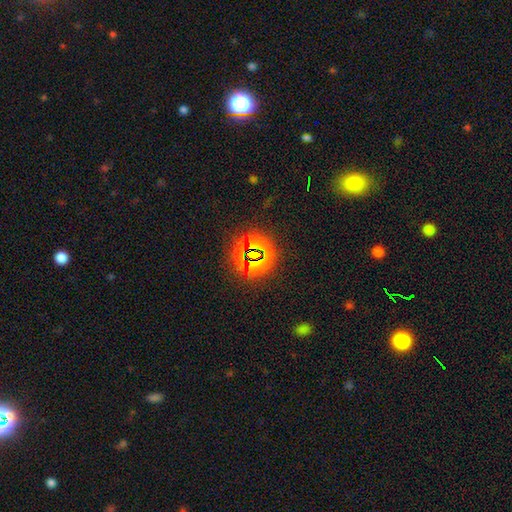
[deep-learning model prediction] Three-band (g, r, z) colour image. It shows a star or artifact, not a galaxy (72%).